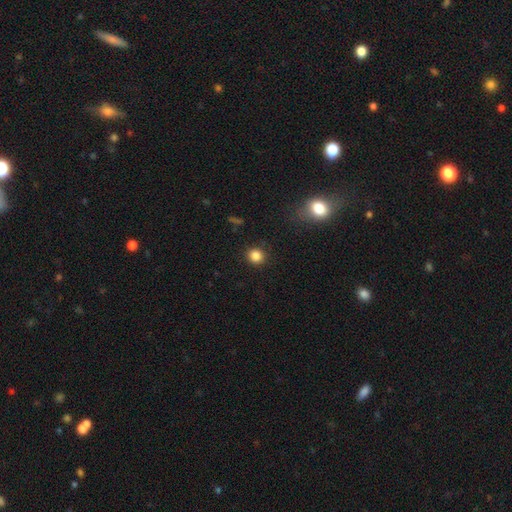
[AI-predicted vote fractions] The model was most divided on "smooth or featured": smooth: 84%, star or artifact: 12%, featured or disk: 4%. More confident: merging — none (89%); how rounded — round (88%).